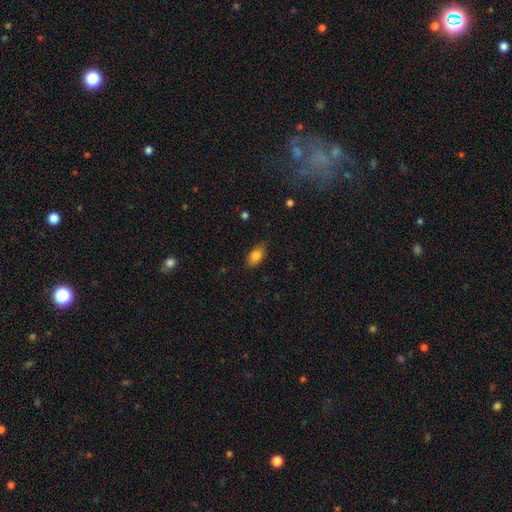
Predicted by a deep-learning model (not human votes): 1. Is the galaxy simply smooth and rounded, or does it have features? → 83% smooth, 9% featured or disk, 8% star or artifact.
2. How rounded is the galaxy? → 89% in between, 7% round, 4% cigar-shaped.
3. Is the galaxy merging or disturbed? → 82% none, 14% minor disturbance, 3% major disturbance, 1% merger.